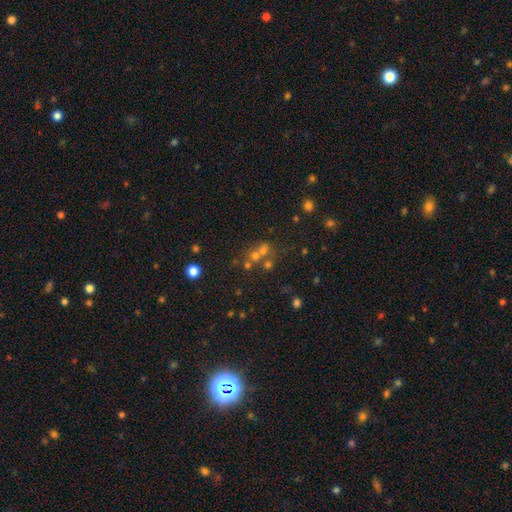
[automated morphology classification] Smooth or featured: smooth — 48% (star or artifact — 32%)
Merging: merger — 44% (none — 42%)